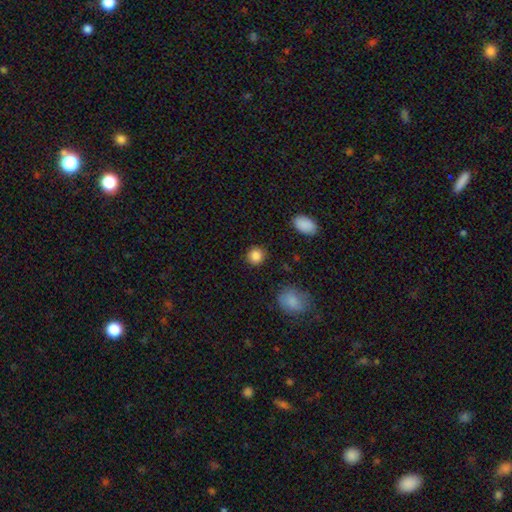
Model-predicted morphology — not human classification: This appears to be a smooth galaxy with no disk features (87%) that is round (86%). Merging: none (88%).